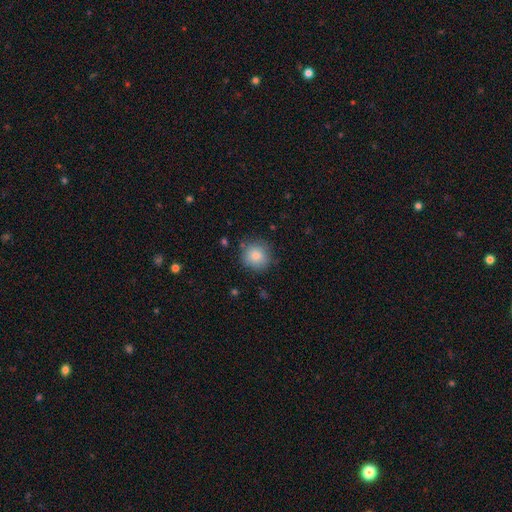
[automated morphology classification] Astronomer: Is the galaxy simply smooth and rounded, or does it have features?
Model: smooth — 83%.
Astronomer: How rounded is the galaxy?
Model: round — 93%.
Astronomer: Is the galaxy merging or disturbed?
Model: none — 83%.